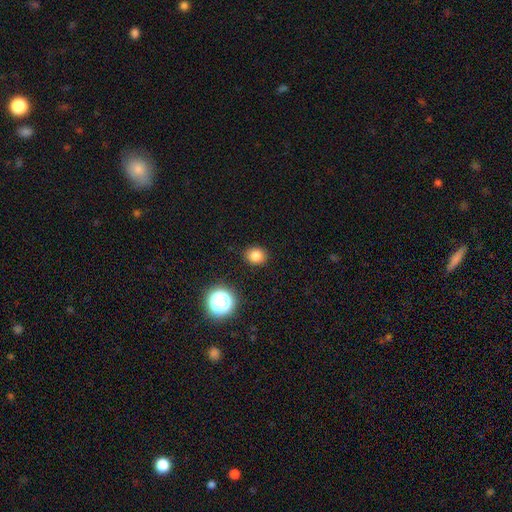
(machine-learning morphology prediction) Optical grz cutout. It shows a smooth galaxy with no disk features (81%) that is round (74%). Merging: none (90%).